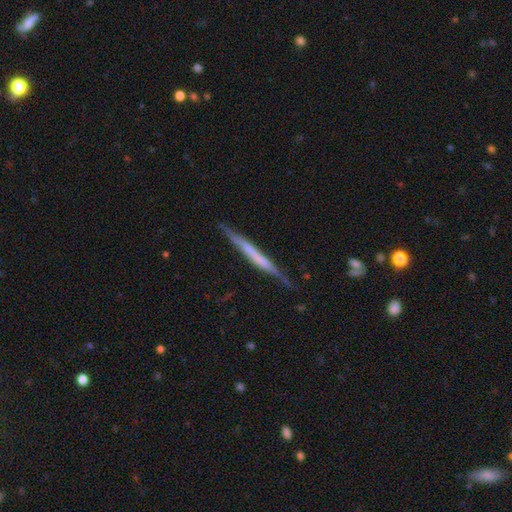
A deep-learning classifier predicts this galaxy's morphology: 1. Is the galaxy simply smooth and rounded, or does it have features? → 60% featured or disk, 34% smooth, 6% star or artifact.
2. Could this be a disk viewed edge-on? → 95% yes, 5% no.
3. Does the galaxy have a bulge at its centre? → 74% none, 15% boxy, 12% rounded.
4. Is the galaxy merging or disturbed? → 79% none, 16% minor disturbance, 3% major disturbance, 2% merger.